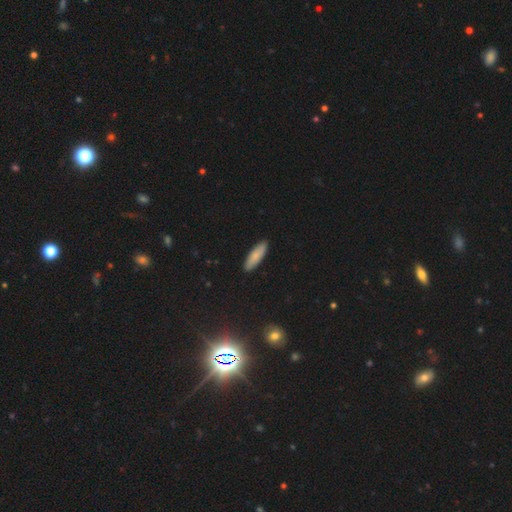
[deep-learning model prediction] Smooth or featured: smooth — 81% (featured or disk — 13%)
How rounded: cigar-shaped — 54% (in between — 44%)
Merging: none — 91% (minor disturbance — 7%)